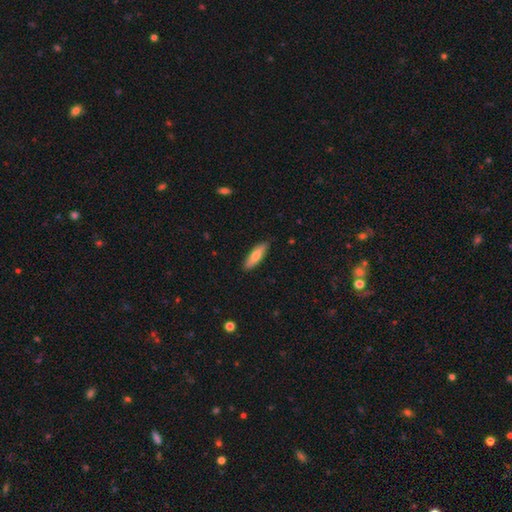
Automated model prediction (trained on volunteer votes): Smooth or featured? Predicted: smooth (p=0.75). How rounded? Predicted: cigar-shaped (p=0.63). Merging? Predicted: none (p=0.87).